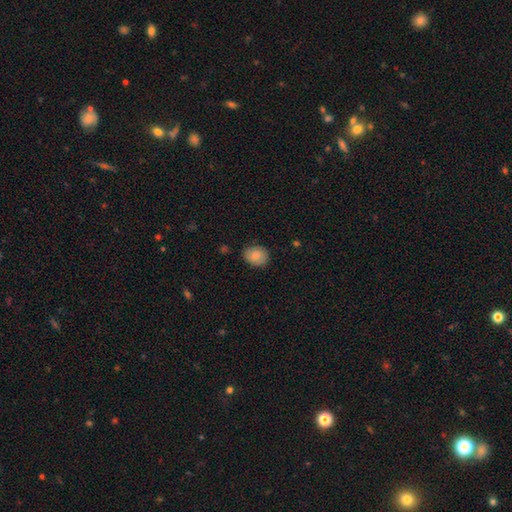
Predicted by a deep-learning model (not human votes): Smooth or featured: smooth — 87% (star or artifact — 7%)
How rounded: in between — 52% (round — 47%)
Merging: none — 81% (minor disturbance — 14%)